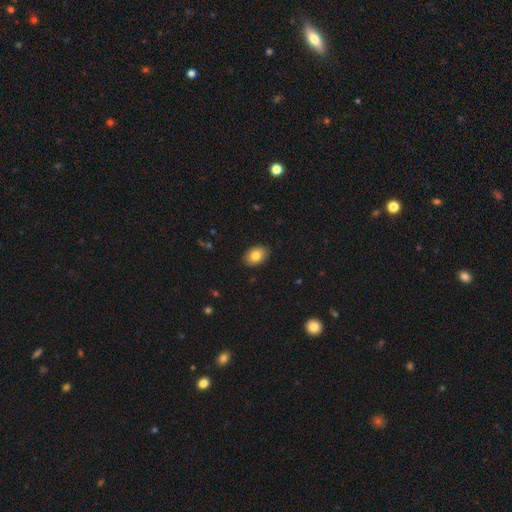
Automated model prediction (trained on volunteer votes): This appears to be a smooth galaxy with no disk features (80%) that is in between round and cigar-shaped (83%). Merging: none (88%).